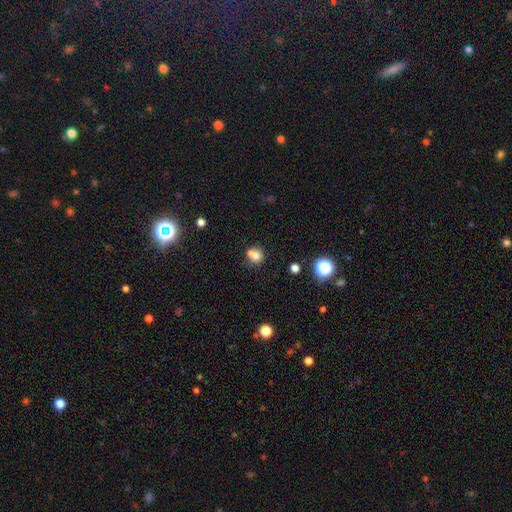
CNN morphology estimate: The model was most divided on "merging": merger: 44%, none: 42%, minor disturbance: 10%, major disturbance: 5%. More confident: how rounded — round (77%); smooth or featured — smooth (72%).